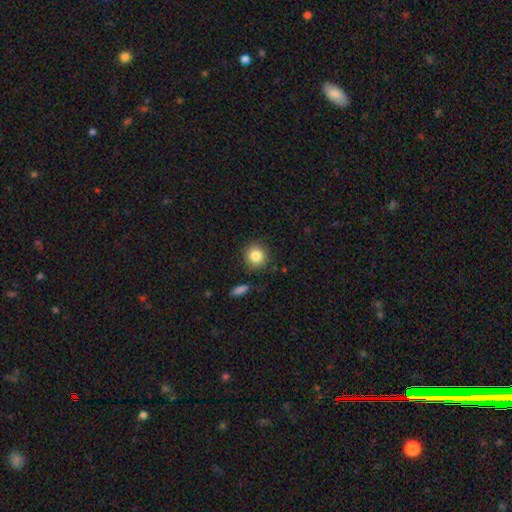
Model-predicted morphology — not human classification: This appears to be a smooth galaxy with no disk features (84%) that is round (90%). Merging: none (86%).